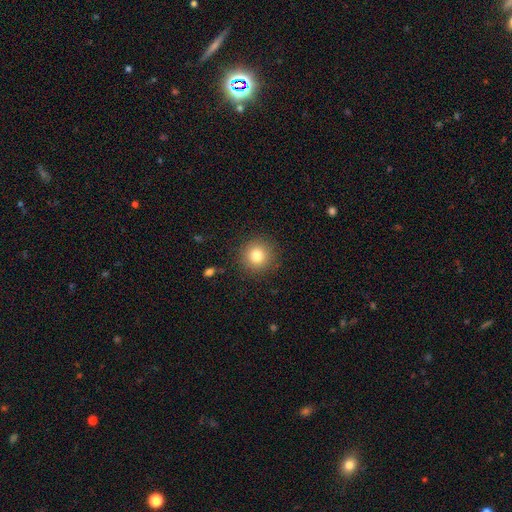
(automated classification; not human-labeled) Smooth or featured: smooth — 81% (star or artifact — 11%)
How rounded: round — 94% (in between — 5%)
Merging: none — 89% (minor disturbance — 7%)